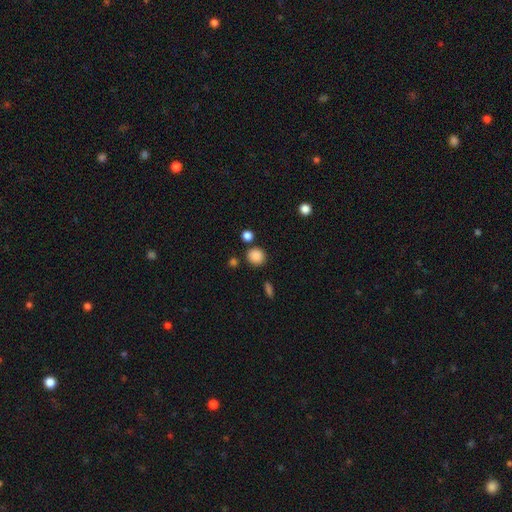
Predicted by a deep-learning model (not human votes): This is clearly a smooth galaxy (86%). How rounded: clearly round (87%). Merging: clearly none (81%).